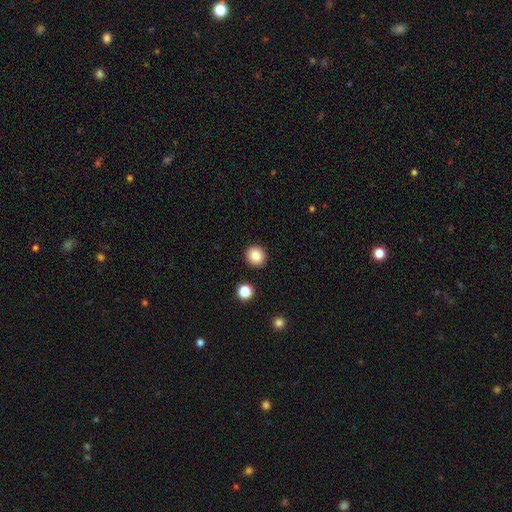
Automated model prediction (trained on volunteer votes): smooth-or-featured: smooth: 85% | star or artifact: 9% | featured or disk: 5%
  how-rounded: round: 90% | in between: 9% | cigar-shaped: 1%
  merging: none: 92% | minor disturbance: 5% | major disturbance: 2% | merger: 1%